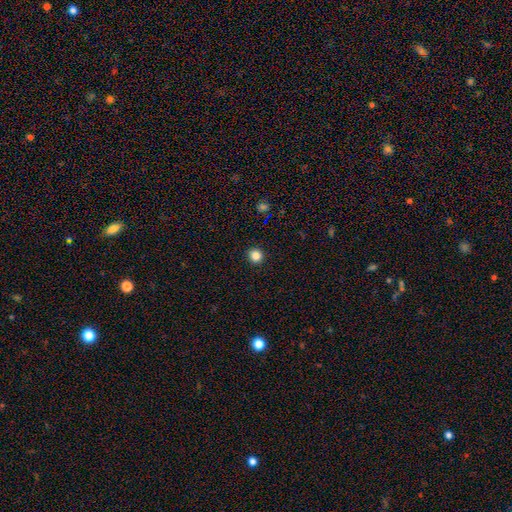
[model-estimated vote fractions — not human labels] A smooth galaxy with no disk features (84%) that is round (93%).

Vote fractions:
- Smooth or featured? smooth: 84% / star or artifact: 12% / featured or disk: 4%
- How rounded? round: 93% / in between: 6% / cigar-shaped: 1%
- Merging? none: 93% / minor disturbance: 4% / major disturbance: 2% / merger: 1%